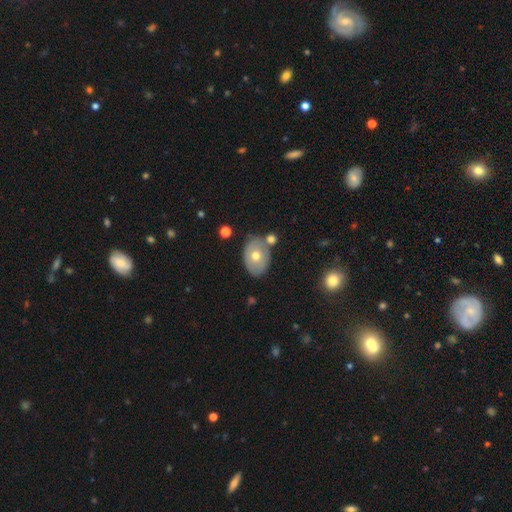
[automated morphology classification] A smooth galaxy with no disk features (58%) that is in between round and cigar-shaped (79%). Merging: none (68%).